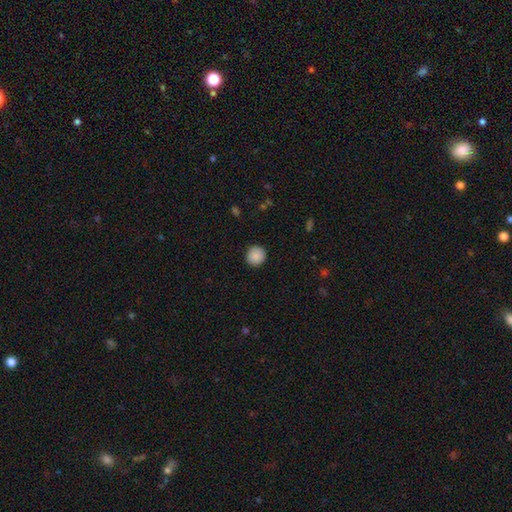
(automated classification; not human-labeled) A smooth galaxy with no disk features (88%) that is round (93%).

Vote fractions:
- Smooth or featured? smooth: 88% / star or artifact: 8% / featured or disk: 4%
- How rounded? round: 93% / in between: 6% / cigar-shaped: 1%
- Merging? none: 91% / minor disturbance: 6% / major disturbance: 2% / merger: 1%